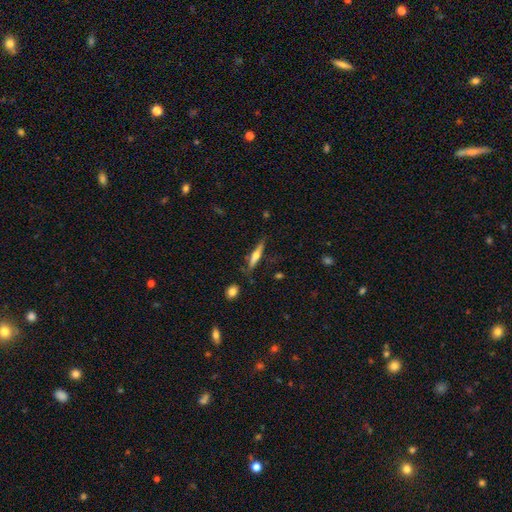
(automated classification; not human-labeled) Overall: featured or disk (51%; smooth 43%). Edge-on disk: yes (95%). Merging: none (81%).